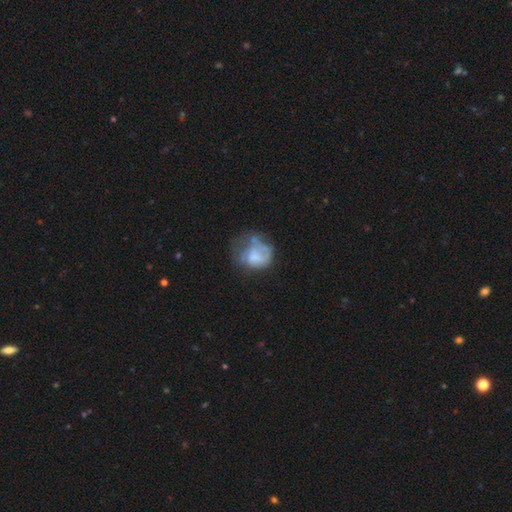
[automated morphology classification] A smooth galaxy with no disk features (50%). Merging: major disturbance (40%).